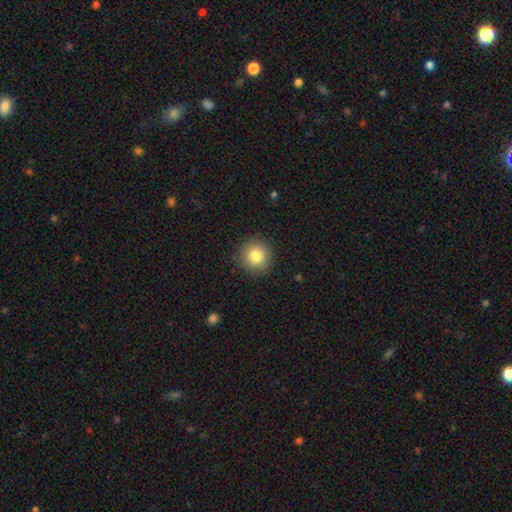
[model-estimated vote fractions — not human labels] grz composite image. It shows a smooth galaxy with no disk features (82%) that is round (94%). Merging: none (90%).